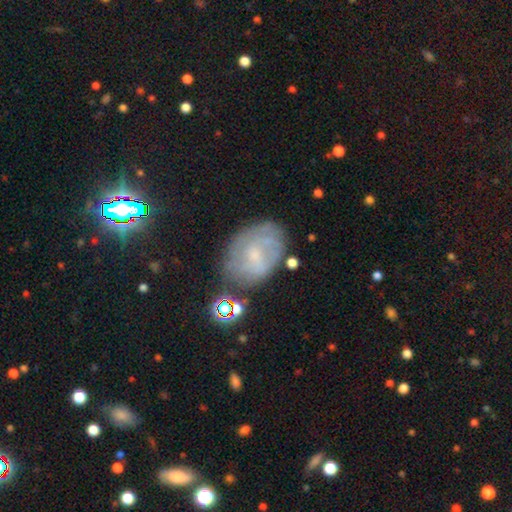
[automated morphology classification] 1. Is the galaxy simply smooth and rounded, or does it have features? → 54% featured or disk, 34% smooth, 12% star or artifact.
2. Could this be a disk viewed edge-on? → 96% no, 4% yes.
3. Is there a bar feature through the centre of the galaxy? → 52% no, 40% weak, 8% strong.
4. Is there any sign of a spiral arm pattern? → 61% yes, 39% no.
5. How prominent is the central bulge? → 60% small, 24% moderate, 13% none, 2% large, 1% dominant.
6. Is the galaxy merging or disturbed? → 65% none, 22% minor disturbance, 9% major disturbance, 4% merger.